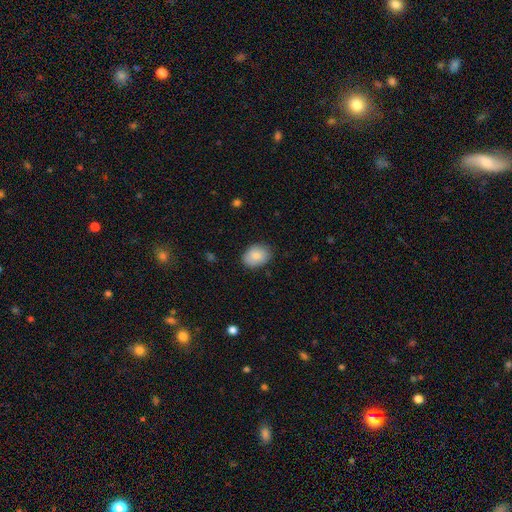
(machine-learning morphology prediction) Overall: smooth (85%). How rounded: in between (70%). Merging: none (80%).